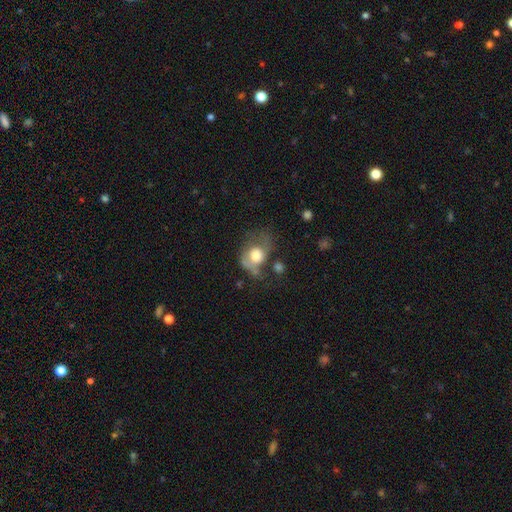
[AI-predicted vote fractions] smooth 58%, featured or disk 33%, star or artifact 9%. Down the decision tree: how rounded — round (52%); merging — major disturbance (38%).